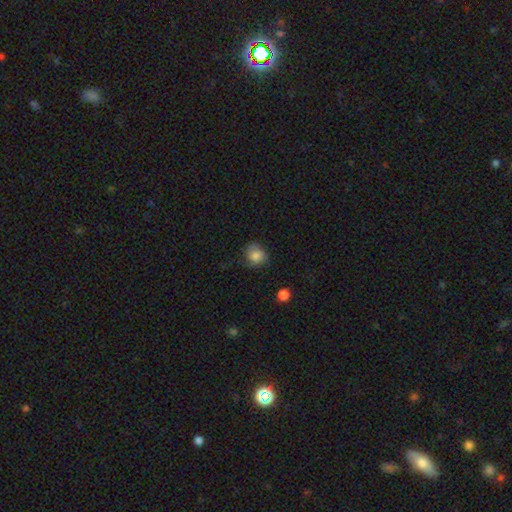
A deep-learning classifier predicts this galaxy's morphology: Smooth or featured: smooth — 80% (featured or disk — 11%)
How rounded: round — 75% (in between — 24%)
Merging: none — 63% (minor disturbance — 26%)